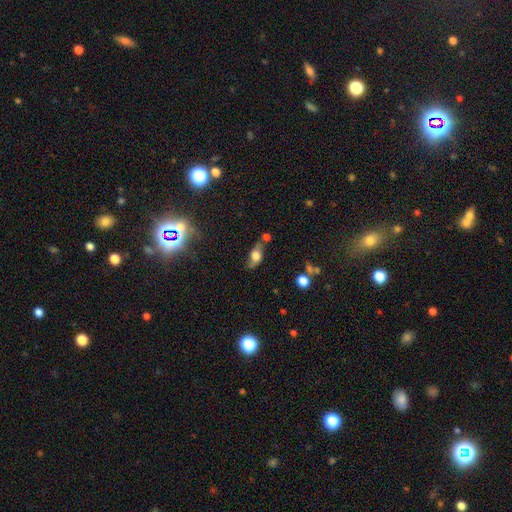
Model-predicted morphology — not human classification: A featured or disk galaxy (44%, tied with smooth).

Vote fractions:
- Smooth or featured? featured or disk: 44% (tied) / smooth: 44% (tied) / star or artifact: 12%
- Merging? none: 55% / minor disturbance: 23% / merger: 12% / major disturbance: 11%